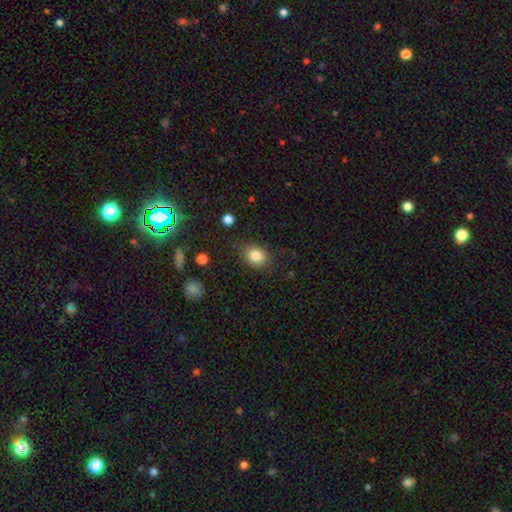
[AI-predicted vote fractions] Q: Smooth or featured?
A: smooth (84%); runner-up: star or artifact (9%)
Q: How rounded?
A: in between (58%); runner-up: round (41%)
Q: Merging?
A: none (82%); runner-up: minor disturbance (13%)